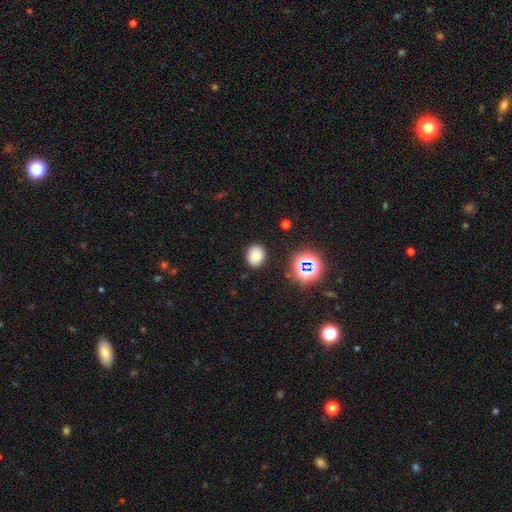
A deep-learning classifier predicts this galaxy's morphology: This is likely a smooth galaxy (76%). How rounded: possibly round (55%). Merging: clearly none (86%).